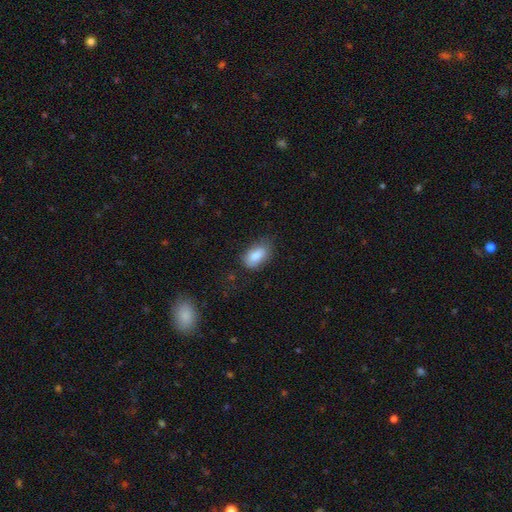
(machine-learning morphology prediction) This is clearly a smooth galaxy (83%). How rounded: clearly in between (90%). Merging: likely none (66%).